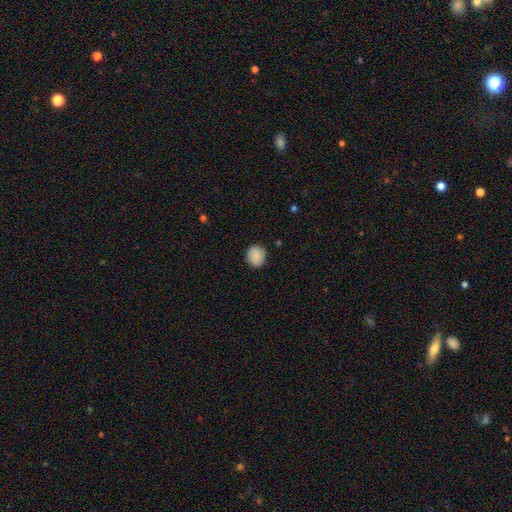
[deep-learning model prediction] A smooth galaxy with no disk features (87%) that is round (88%).

Vote fractions:
- Smooth or featured? smooth: 87% / star or artifact: 7% / featured or disk: 6%
- How rounded? round: 88% / in between: 11% / cigar-shaped: 1%
- Merging? none: 88% / minor disturbance: 9% / major disturbance: 2% / merger: 1%